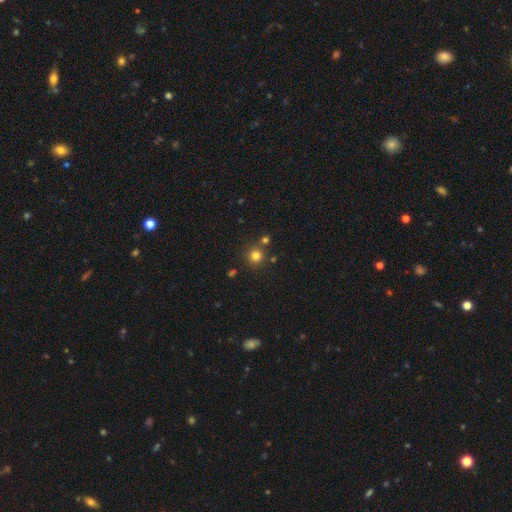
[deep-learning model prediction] smooth 80%, star or artifact 15%, featured or disk 6%. Down the decision tree: how rounded — round (93%); merging — none (77%).